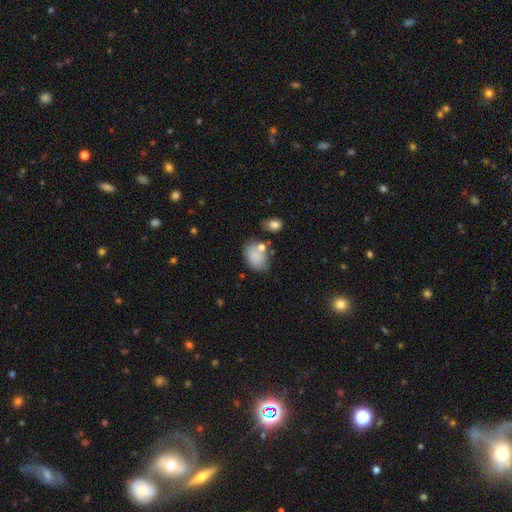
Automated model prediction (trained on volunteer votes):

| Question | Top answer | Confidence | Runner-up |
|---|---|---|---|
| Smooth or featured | smooth | 83% | star or artifact (9%) |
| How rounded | in between | 82% | round (17%) |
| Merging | none | 61% | minor disturbance (20%) |